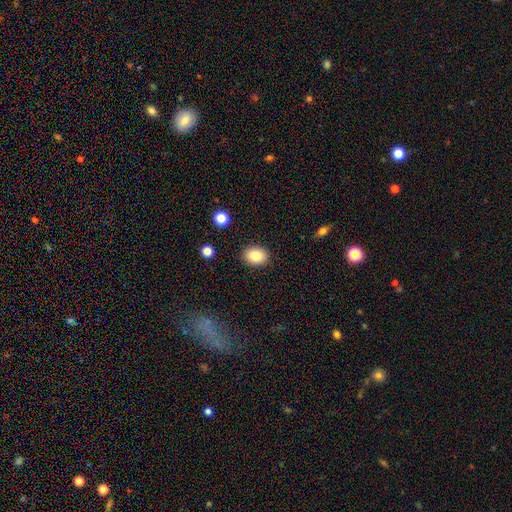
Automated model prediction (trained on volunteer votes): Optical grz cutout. It shows a smooth galaxy with no disk features (84%) that is in between round and cigar-shaped (61%). Merging: none (89%).